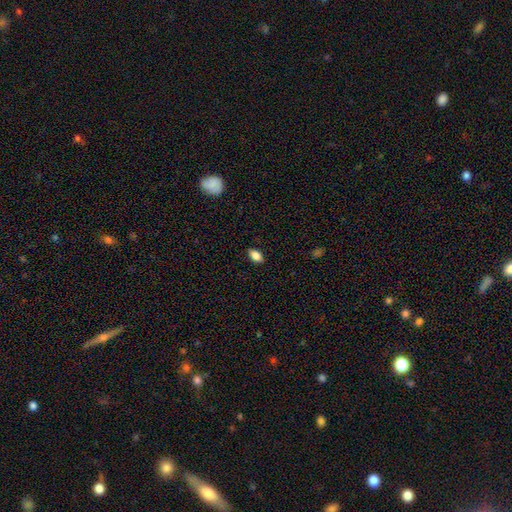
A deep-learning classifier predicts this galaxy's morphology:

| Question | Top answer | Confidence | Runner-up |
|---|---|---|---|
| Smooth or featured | smooth | 85% | star or artifact (9%) |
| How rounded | in between | 89% | round (8%) |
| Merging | none | 88% | minor disturbance (9%) |